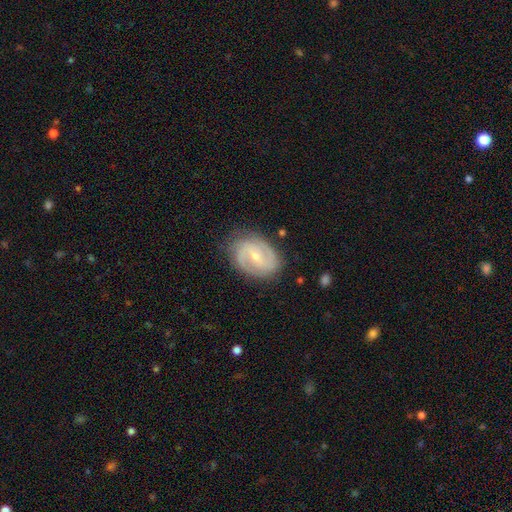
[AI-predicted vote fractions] Overall: featured or disk (83%). Edge-on disk: no (97%). Bar: weak (47%; no 32%). Spiral arms: yes (94%). Spiral arm count: 2 (84%). Spiral winding: medium (48%; tight 35%). Bulge size: small (67%; moderate 29%). Merging: none (79%).